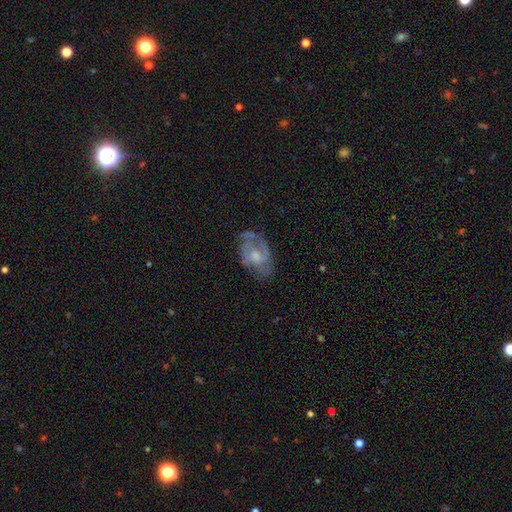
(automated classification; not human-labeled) This is likely a featured or disk galaxy (63%). It is clearly not viewed edge-on (96%). Bar: likely no (69%). Spiral arm pattern: possibly yes (59%). Central bulge: possibly moderate (51%). Merging: possibly none (52%).